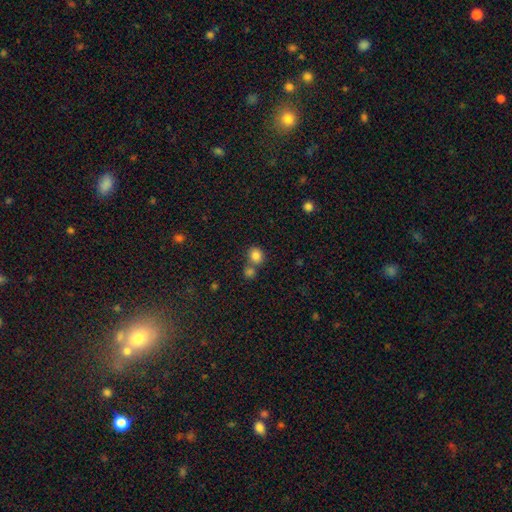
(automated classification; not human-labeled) Smooth or featured?
  - smooth: 83% *
  - star or artifact: 11%
  - featured or disk: 6%
How rounded?
  - round: 78% *
  - in between: 21%
  - cigar-shaped: 1%
Merging?
  - none: 58% *
  - merger: 31%
  - minor disturbance: 8%
  - major disturbance: 3%